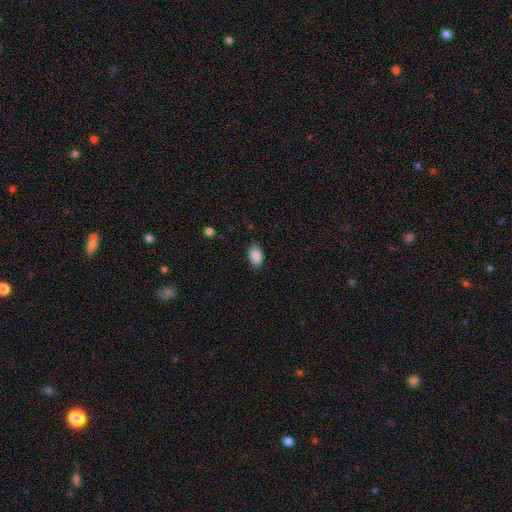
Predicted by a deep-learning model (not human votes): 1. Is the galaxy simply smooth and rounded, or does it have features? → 88% smooth, 8% star or artifact, 5% featured or disk.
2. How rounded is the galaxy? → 87% in between, 12% round, 1% cigar-shaped.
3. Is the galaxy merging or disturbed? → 83% none, 13% minor disturbance, 3% major disturbance, 1% merger.